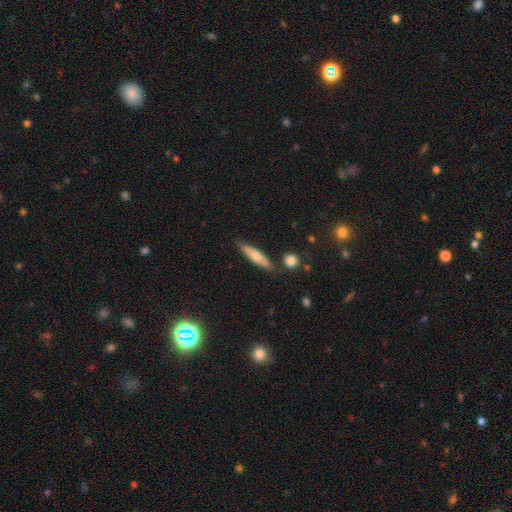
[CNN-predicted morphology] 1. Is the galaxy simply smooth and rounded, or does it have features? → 58% smooth, 35% featured or disk, 7% star or artifact.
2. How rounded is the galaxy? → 76% cigar-shaped, 22% in between, 2% round.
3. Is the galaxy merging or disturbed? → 81% none, 13% minor disturbance, 4% merger, 2% major disturbance.